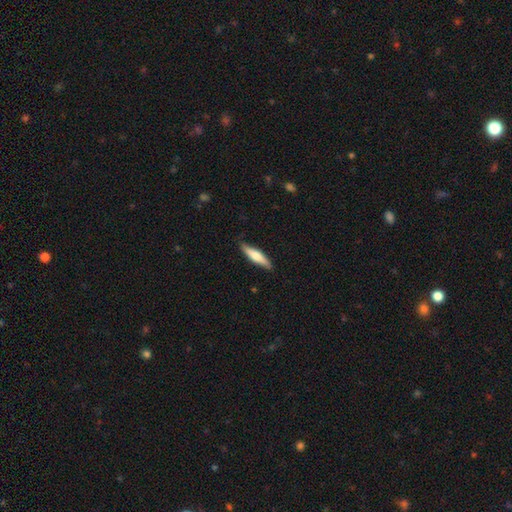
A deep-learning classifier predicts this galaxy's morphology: Smooth or featured?
  - smooth: 59% *
  - featured or disk: 36%
  - star or artifact: 5%
How rounded?
  - cigar-shaped: 75% *
  - in between: 23%
  - round: 2%
Merging?
  - none: 85% *
  - minor disturbance: 12%
  - major disturbance: 2%
  - merger: 1%